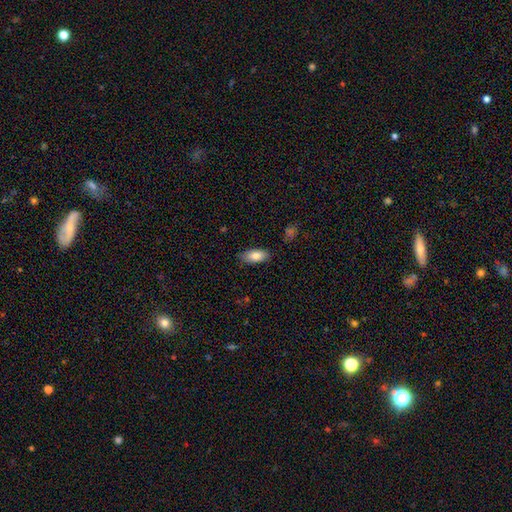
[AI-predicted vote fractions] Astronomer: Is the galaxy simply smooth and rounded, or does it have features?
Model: smooth — 84%.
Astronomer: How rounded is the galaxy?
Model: in between — 89%.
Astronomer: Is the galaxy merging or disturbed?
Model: none — 82%.